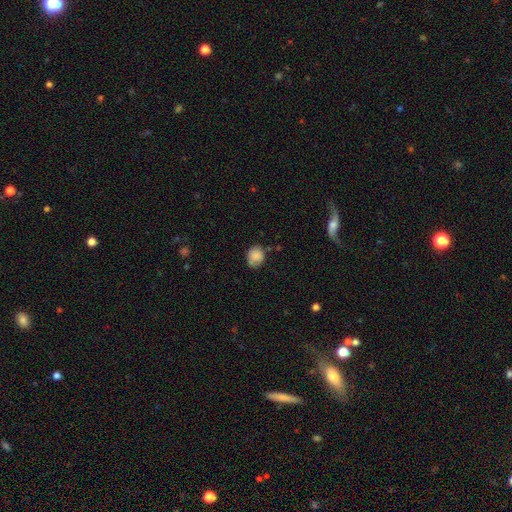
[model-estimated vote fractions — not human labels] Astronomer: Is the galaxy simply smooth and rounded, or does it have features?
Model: smooth — 84%.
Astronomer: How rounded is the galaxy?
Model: round — 63%.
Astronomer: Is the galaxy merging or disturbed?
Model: none — 69%.